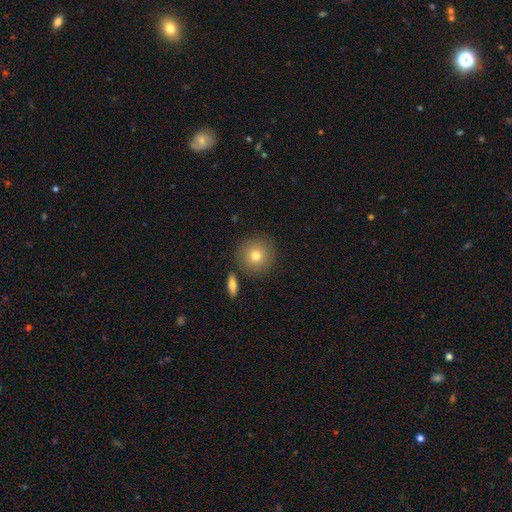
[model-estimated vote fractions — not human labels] Smooth or featured? Predicted: smooth (p=0.77). How rounded? Predicted: round (p=0.93). Merging? Predicted: none (p=0.84).